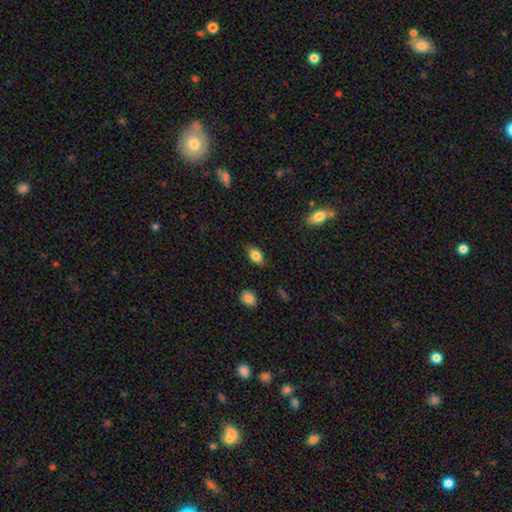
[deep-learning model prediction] Smooth or featured?
  - smooth: 82% *
  - featured or disk: 10%
  - star or artifact: 8%
How rounded?
  - in between: 86% *
  - round: 10%
  - cigar-shaped: 3%
Merging?
  - none: 80% *
  - minor disturbance: 16%
  - major disturbance: 3%
  - merger: 1%